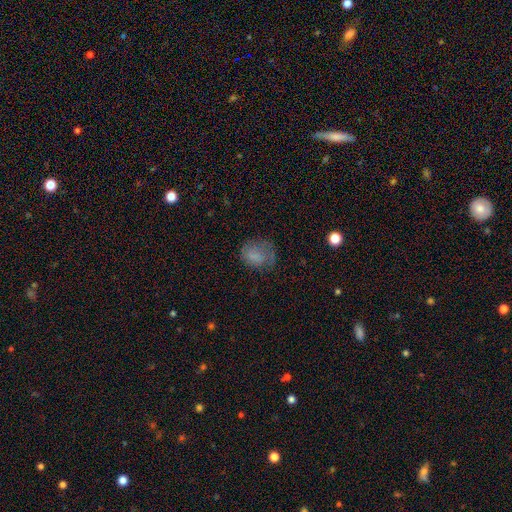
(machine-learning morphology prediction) Smooth or featured?
  - smooth: 72% *
  - featured or disk: 16%
  - star or artifact: 11%
How rounded?
  - round: 50% *
  - in between: 49%
  - cigar-shaped: 1%
Merging?
  - none: 50% *
  - minor disturbance: 27%
  - major disturbance: 21%
  - merger: 2%